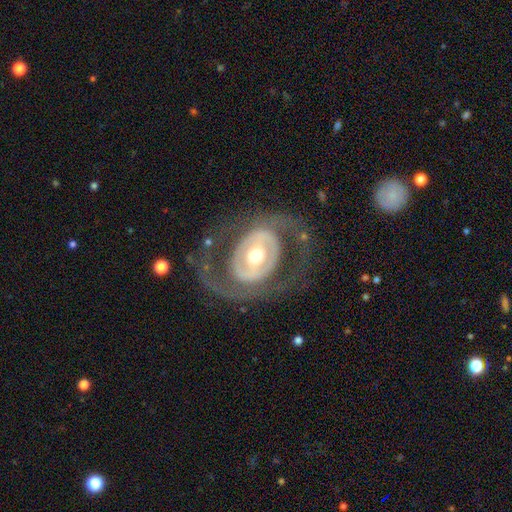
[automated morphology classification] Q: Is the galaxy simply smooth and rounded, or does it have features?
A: featured or disk — 74%.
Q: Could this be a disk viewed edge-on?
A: no — 94%.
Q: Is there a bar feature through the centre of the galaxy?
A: no — 58%.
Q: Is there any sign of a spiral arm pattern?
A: no — 58%.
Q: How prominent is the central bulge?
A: moderate — 68%.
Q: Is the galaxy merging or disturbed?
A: none — 66%.